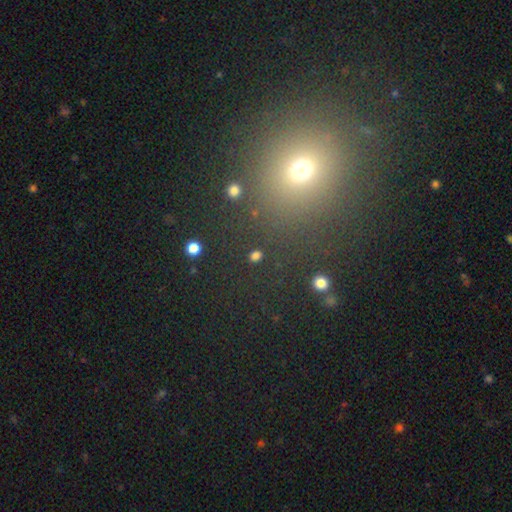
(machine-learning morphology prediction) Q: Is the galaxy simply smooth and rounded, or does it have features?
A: smooth — 77%.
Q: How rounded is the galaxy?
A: round — 65%.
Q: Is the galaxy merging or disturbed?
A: none — 87%.